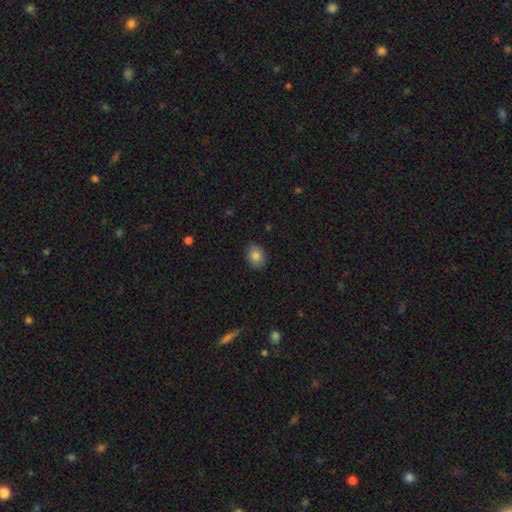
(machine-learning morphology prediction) smooth-or-featured: smooth: 84% | star or artifact: 9% | featured or disk: 7%
  how-rounded: round: 56% | in between: 43% | cigar-shaped: 1%
  merging: none: 84% | minor disturbance: 12% | major disturbance: 2% | merger: 1%